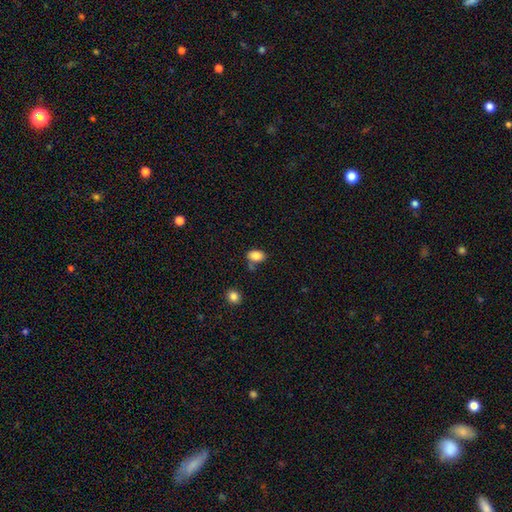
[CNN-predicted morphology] A smooth galaxy with no disk features (86%) that is in between round and cigar-shaped (86%). Merging: none (65%).